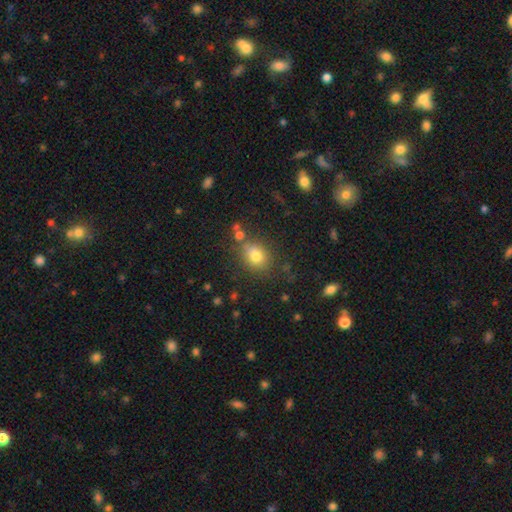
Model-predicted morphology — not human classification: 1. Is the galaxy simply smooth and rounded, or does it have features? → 78% smooth, 13% star or artifact, 9% featured or disk.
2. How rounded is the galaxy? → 51% in between, 48% round, 1% cigar-shaped.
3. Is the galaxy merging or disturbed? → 71% none, 15% minor disturbance, 8% merger, 5% major disturbance.